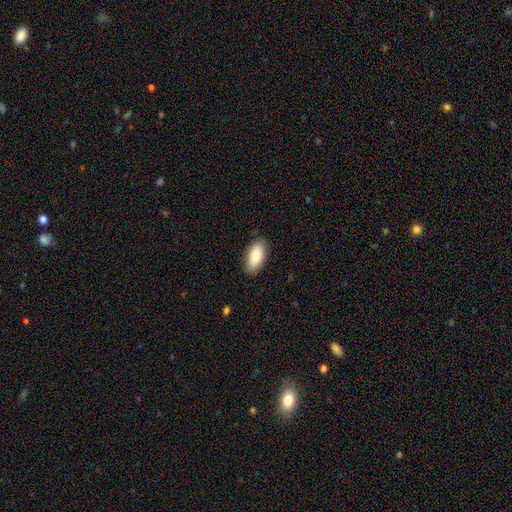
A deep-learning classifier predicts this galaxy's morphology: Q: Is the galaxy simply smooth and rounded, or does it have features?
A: smooth — 82%.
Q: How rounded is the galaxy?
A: in between — 93%.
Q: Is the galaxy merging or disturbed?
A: none — 86%.